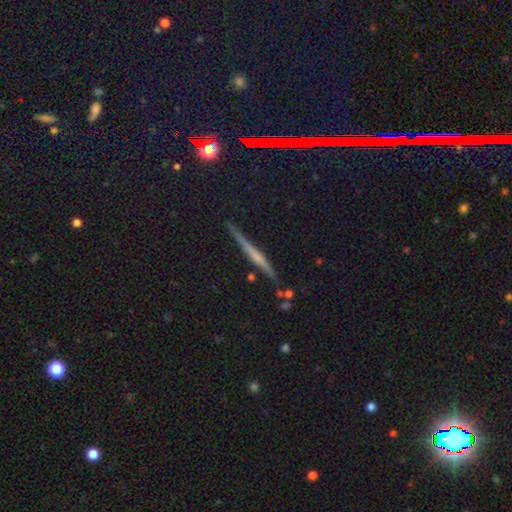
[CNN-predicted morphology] This is likely a featured or disk galaxy (61%). It is clearly viewed edge-on (97%). Edge-on bulge: marginally none (43%). Merging: clearly none (86%).